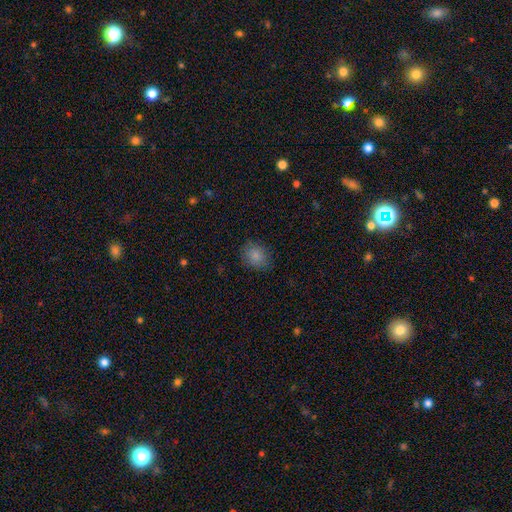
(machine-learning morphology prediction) Smooth or featured? Predicted: smooth (p=0.85). How rounded? Predicted: round (p=0.58). Merging? Predicted: none (p=0.82).